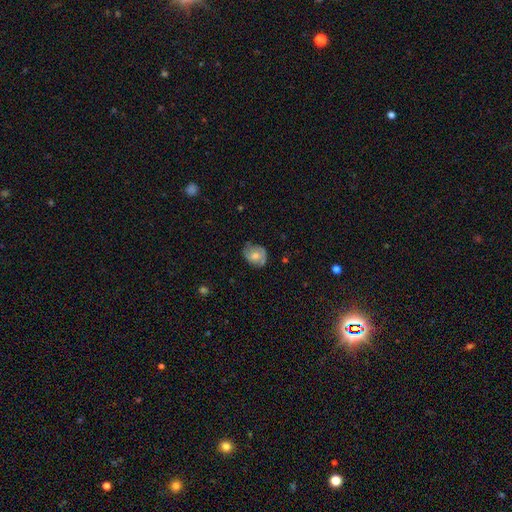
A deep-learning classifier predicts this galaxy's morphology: The model was most divided on "how rounded": round: 55%, in between: 44%, cigar-shaped: 1%. More confident: merging — none (60%); smooth or featured — smooth (56%).